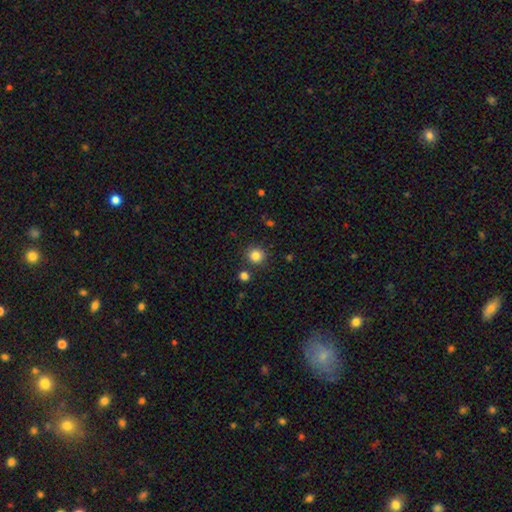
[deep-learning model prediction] Overall: smooth (83%). How rounded: round (93%). Merging: none (85%).